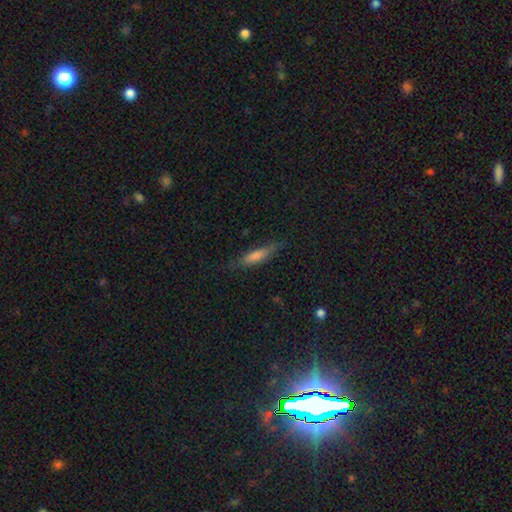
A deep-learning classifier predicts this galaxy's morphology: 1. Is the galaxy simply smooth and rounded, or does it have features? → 62% smooth, 30% featured or disk, 9% star or artifact.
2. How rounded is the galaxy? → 78% cigar-shaped, 20% in between, 2% round.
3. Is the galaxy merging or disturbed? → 79% none, 16% minor disturbance, 4% major disturbance, 1% merger.